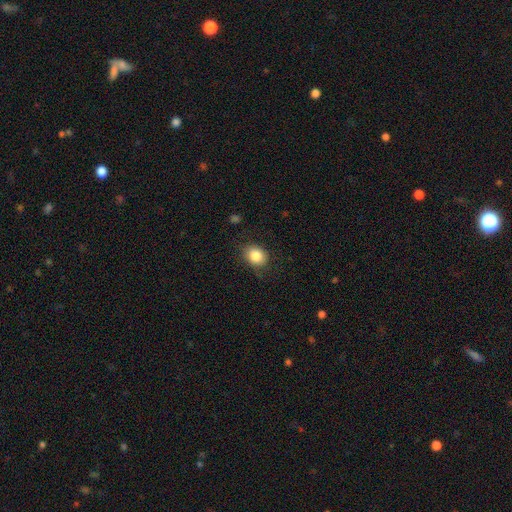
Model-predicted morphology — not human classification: Overall: smooth (85%). How rounded: round (51%; in between 49%). Merging: none (76%).